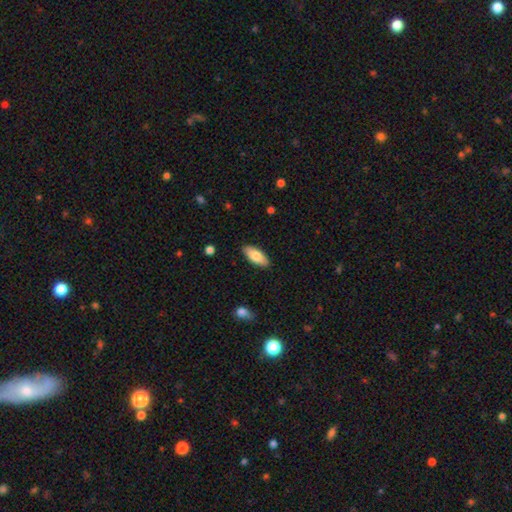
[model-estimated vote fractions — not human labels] Overall: smooth (78%). How rounded: in between (84%). Merging: none (88%).